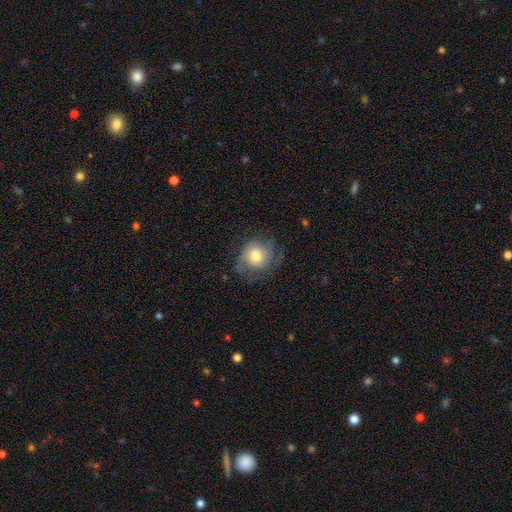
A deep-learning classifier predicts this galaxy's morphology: smooth-or-featured: smooth: 50% | featured or disk: 42% | star or artifact: 8%
  how-rounded: round: 79% | in between: 20% | cigar-shaped: 1%
  merging: none: 60% | minor disturbance: 23% | major disturbance: 16% | merger: 1%